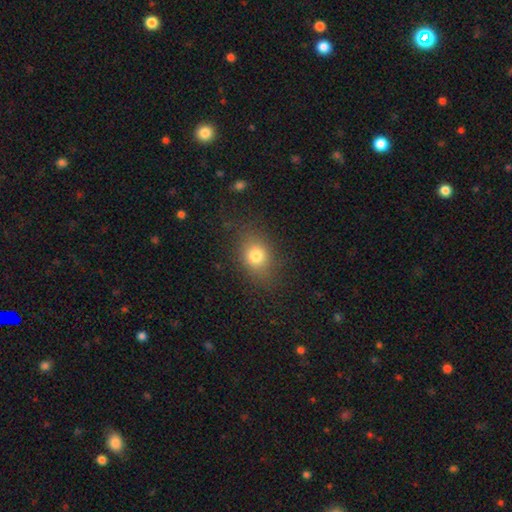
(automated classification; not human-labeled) smooth 76%, star or artifact 13%, featured or disk 11%. Down the decision tree: how rounded — in between (51%); merging — none (75%).